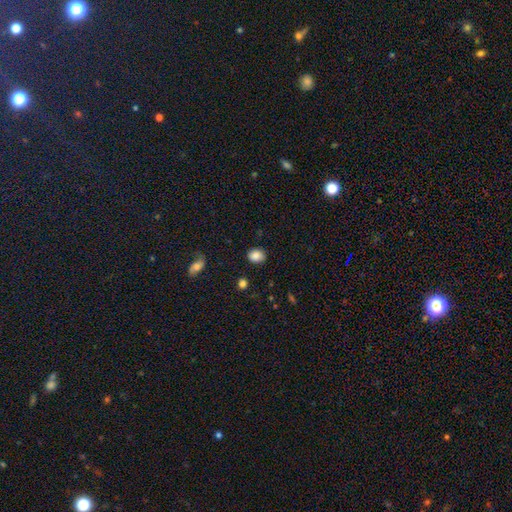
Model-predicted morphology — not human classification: The model was most divided on "how rounded": round: 50%, in between: 48%, cigar-shaped: 1%. More confident: smooth or featured — smooth (86%); merging — none (83%).